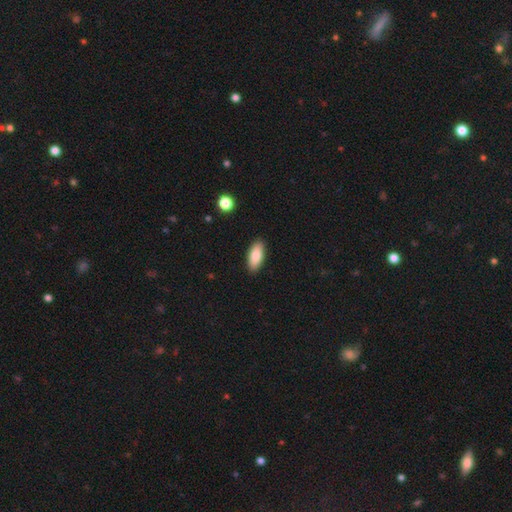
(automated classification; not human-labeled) Smooth or featured? smooth (86%)
How rounded? in between (82%)
Merging? none (89%)